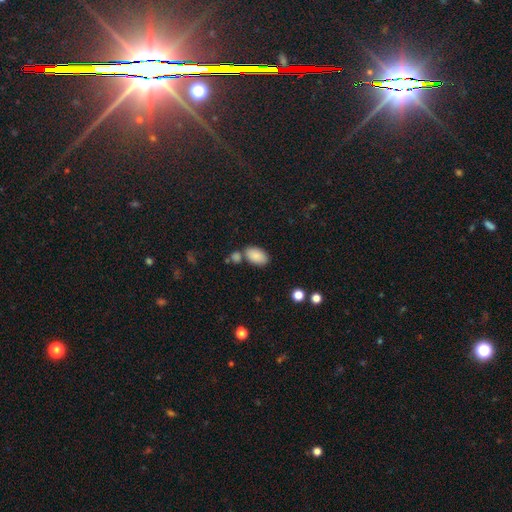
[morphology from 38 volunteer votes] smooth 76%, featured or disk 16%, star or artifact 8%. Down the decision tree: how rounded — in between (90%); merging — none (49%).